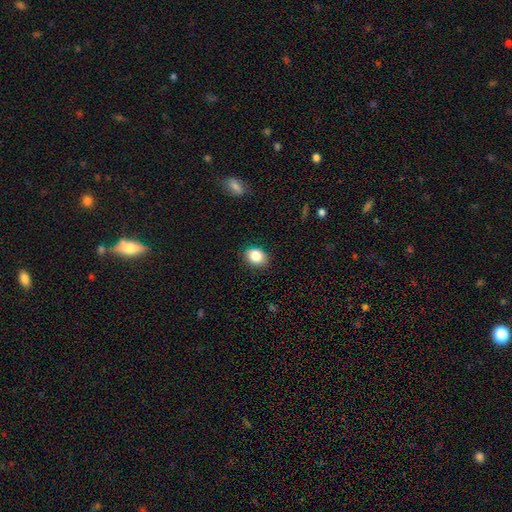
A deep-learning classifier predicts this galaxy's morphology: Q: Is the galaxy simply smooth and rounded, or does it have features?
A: smooth — 85%.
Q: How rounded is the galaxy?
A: in between — 61%.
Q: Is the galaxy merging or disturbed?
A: none — 87%.